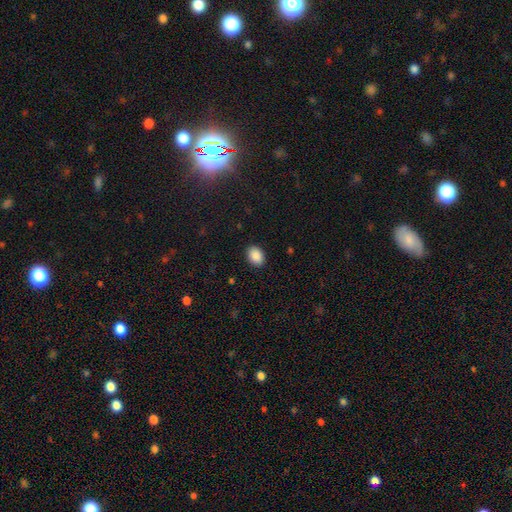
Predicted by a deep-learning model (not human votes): Smooth or featured: smooth — 89% (star or artifact — 8%)
How rounded: in between — 73% (round — 26%)
Merging: none — 90% (minor disturbance — 7%)